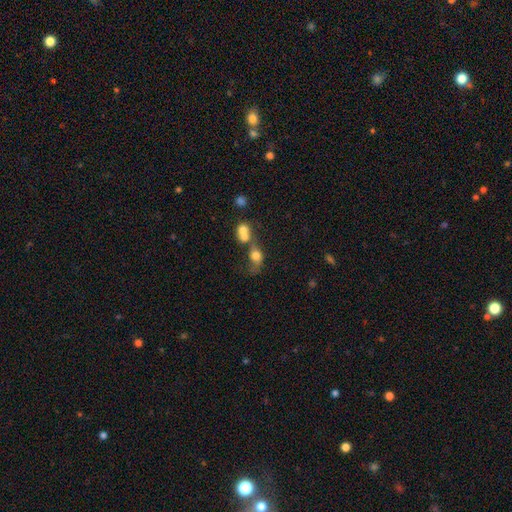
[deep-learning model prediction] Overall: smooth (71%). How rounded: in between (49%; round 48%). Merging: merger (61%).